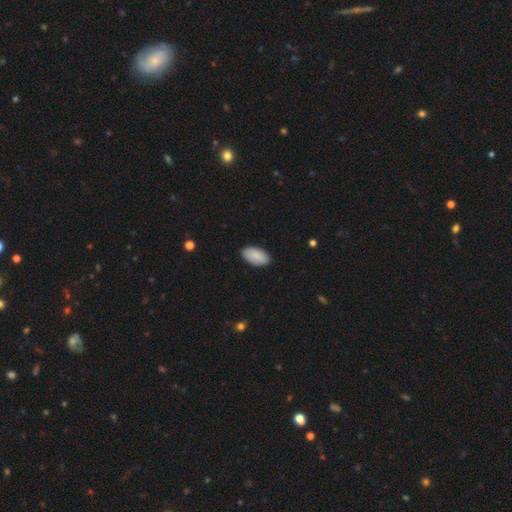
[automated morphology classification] A smooth galaxy with no disk features (90%) that is in between round and cigar-shaped (95%). Merging: none (88%).